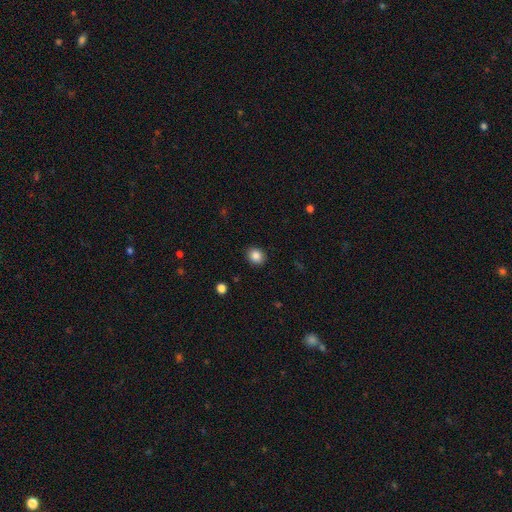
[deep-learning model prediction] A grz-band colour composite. It shows a smooth galaxy with no disk features (86%) that is round (70%). Merging: none (89%).